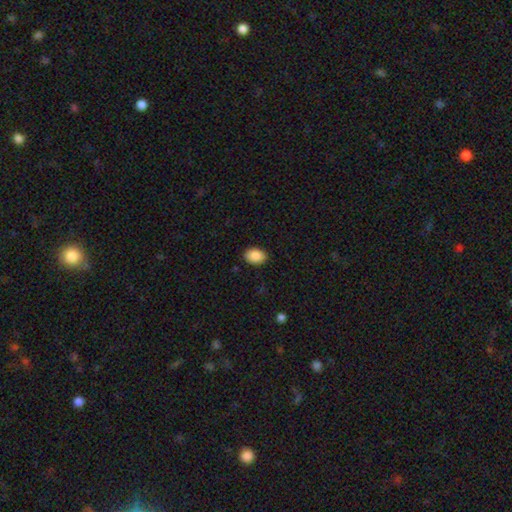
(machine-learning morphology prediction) Q: Smooth or featured?
A: smooth (88%); runner-up: star or artifact (8%)
Q: How rounded?
A: in between (75%); runner-up: round (24%)
Q: Merging?
A: none (89%); runner-up: minor disturbance (8%)